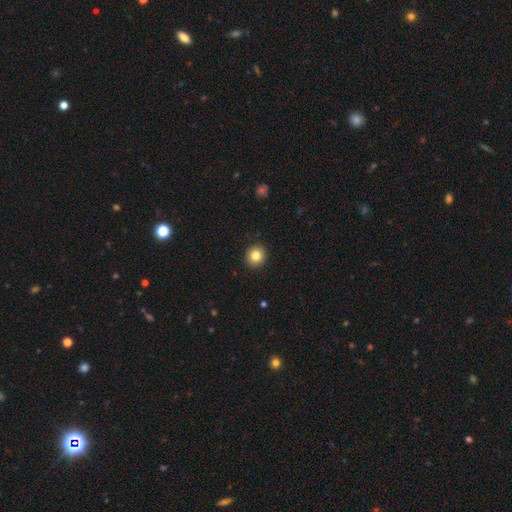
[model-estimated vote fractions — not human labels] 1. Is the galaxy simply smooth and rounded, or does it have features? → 83% smooth, 10% star or artifact, 6% featured or disk.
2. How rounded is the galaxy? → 91% round, 8% in between, 1% cigar-shaped.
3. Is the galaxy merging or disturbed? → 93% none, 5% minor disturbance, 2% major disturbance, 1% merger.